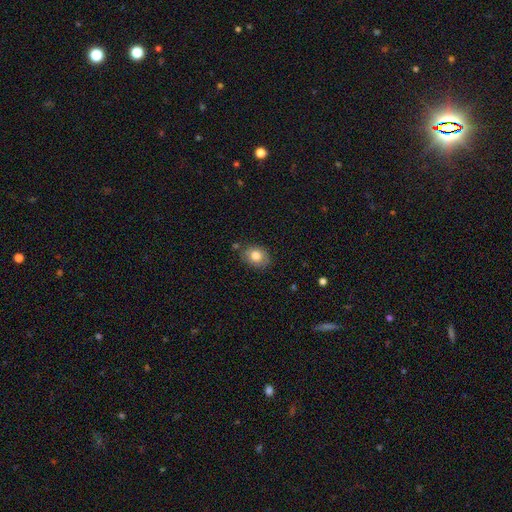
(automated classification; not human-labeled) Smooth or featured?
  - smooth: 81% *
  - featured or disk: 11%
  - star or artifact: 8%
How rounded?
  - in between: 62% *
  - round: 37%
  - cigar-shaped: 1%
Merging?
  - none: 78% *
  - minor disturbance: 15%
  - merger: 3%
  - major disturbance: 3%